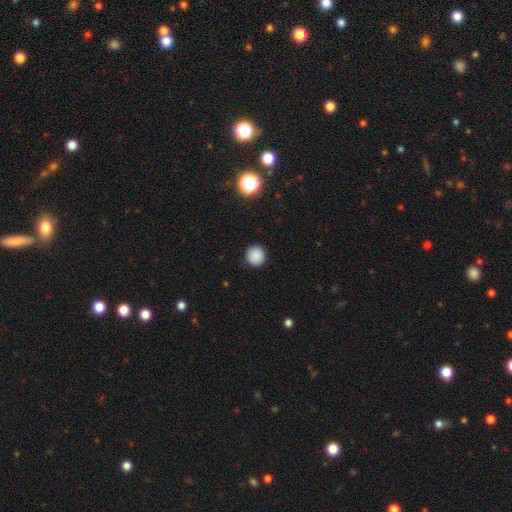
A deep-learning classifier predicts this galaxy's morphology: Smooth or featured: smooth — 86% (star or artifact — 10%)
How rounded: round — 94% (in between — 5%)
Merging: none — 91% (minor disturbance — 6%)